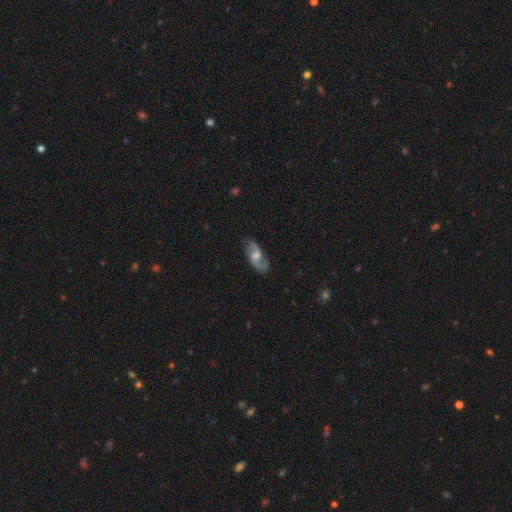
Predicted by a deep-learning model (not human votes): Smooth or featured? Predicted: featured or disk (p=0.81). Edge-on disk? Predicted: no (p=0.94). Bar? Predicted: weak (p=0.45). Spiral arms? Predicted: yes (p=0.94). Spiral winding? Predicted: loose (p=0.51). Spiral arm count? Predicted: 2 (p=0.91). Bulge size? Predicted: moderate (p=0.59). Merging? Predicted: none (p=0.80).